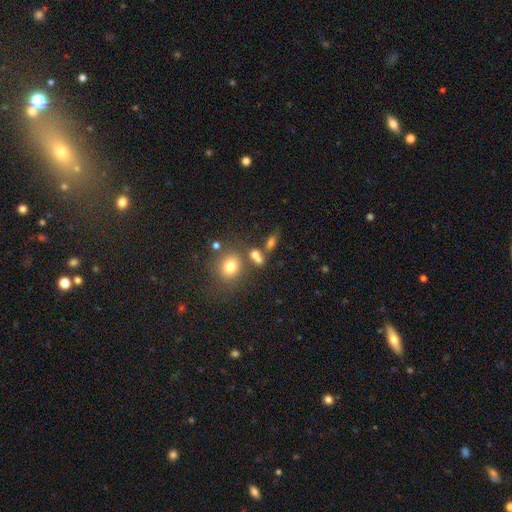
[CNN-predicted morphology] This appears to be a smooth galaxy with no disk features (70%) that is in between round and cigar-shaped (58%). Merging: none (52%).